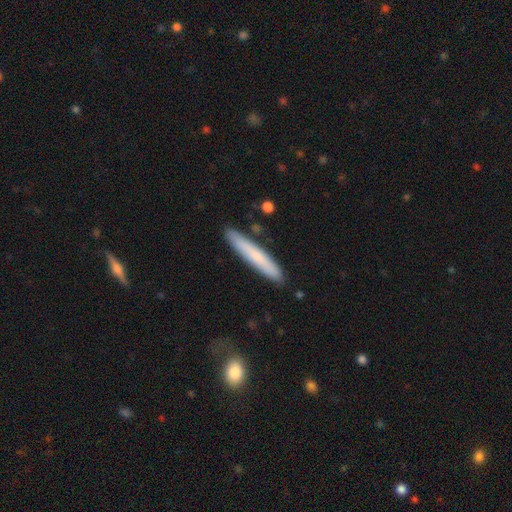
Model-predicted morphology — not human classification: A smooth galaxy with no disk features (71%) that is cigar-shaped (94%).

Vote fractions:
- Smooth or featured? smooth: 71% / featured or disk: 23% / star or artifact: 6%
- How rounded? cigar-shaped: 94% / in between: 5% / round: 1%
- Merging? none: 86% / minor disturbance: 10% / merger: 2% / major disturbance: 2%